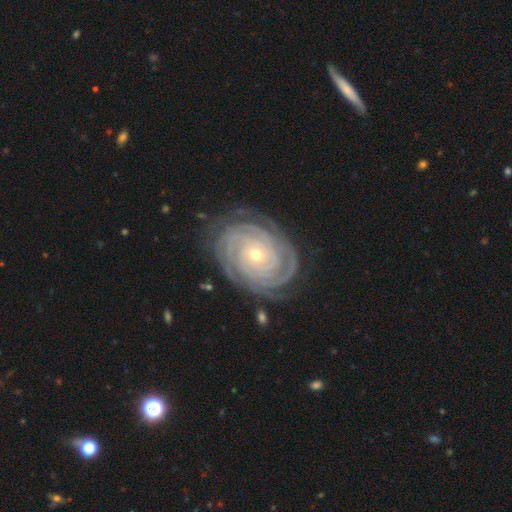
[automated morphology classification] A featured or disk galaxy (91%) with no bar (77%), 4 (24%) tight (88%) spiral arms (98%) and a small central bulge (66%).

Vote fractions:
- Smooth or featured? featured or disk: 91% / star or artifact: 5% / smooth: 4%
- Edge-on disk? no: 97% / yes: 3%
- Bar? no: 77% / weak: 14% / strong: 8%
- Spiral arms? yes: 98% / no: 2%
- Spiral winding? tight: 88% / medium: 10% / loose: 2%
- Spiral arm count? 4: 24% / 3: 20% / can't tell: 18% / 2: 17% / more than 4: 14% / 1: 7%
- Bulge size? small: 66% / moderate: 31% / large: 1% / none: 1% / dominant: 1%
- Merging? none: 80% / minor disturbance: 14% / major disturbance: 4% / merger: 2%